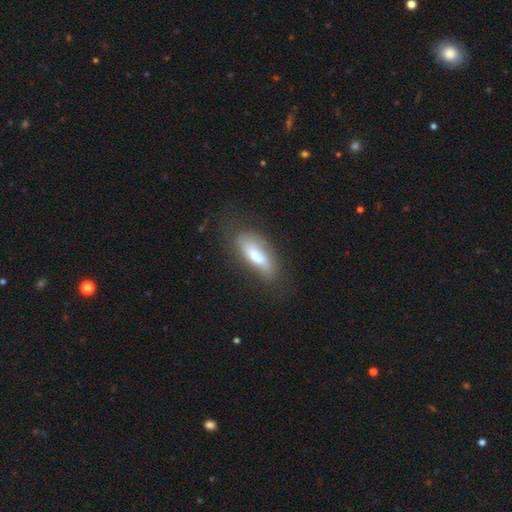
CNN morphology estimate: smooth 54%, featured or disk 36%, star or artifact 10%. Down the decision tree: how rounded — in between (61%); merging — none (75%).